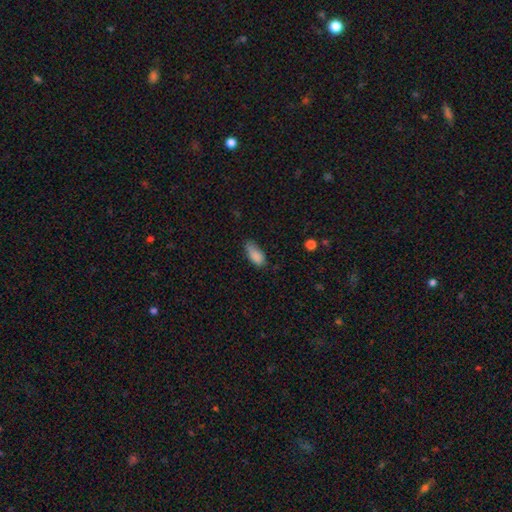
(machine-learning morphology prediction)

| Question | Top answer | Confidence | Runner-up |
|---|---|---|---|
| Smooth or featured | smooth | 85% | star or artifact (8%) |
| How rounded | in between | 87% | cigar-shaped (10%) |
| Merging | none | 49% | minor disturbance (38%) |